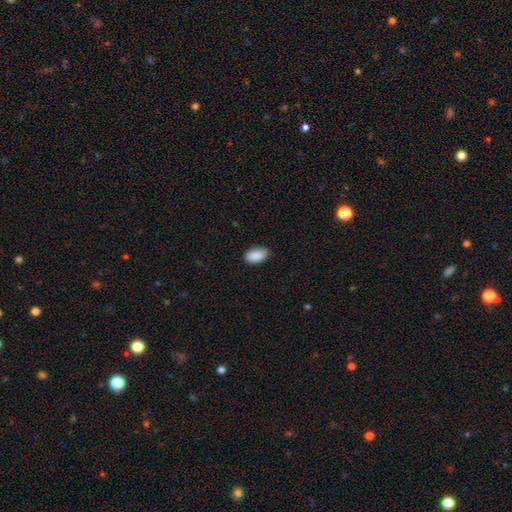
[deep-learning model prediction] Smooth or featured? smooth (90%)
How rounded? in between (94%)
Merging? none (84%)